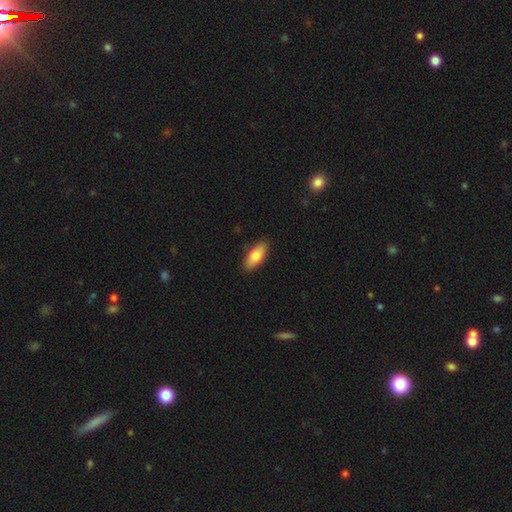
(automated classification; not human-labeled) This is likely a smooth galaxy (78%). How rounded: clearly in between (81%). Merging: clearly none (88%).